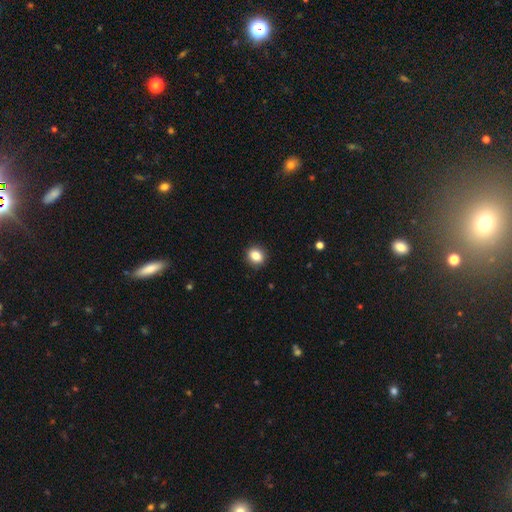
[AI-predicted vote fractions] smooth-or-featured: smooth: 85% | star or artifact: 10% | featured or disk: 6%
  how-rounded: round: 64% | in between: 35% | cigar-shaped: 1%
  merging: none: 91% | minor disturbance: 7% | major disturbance: 2% | merger: 1%